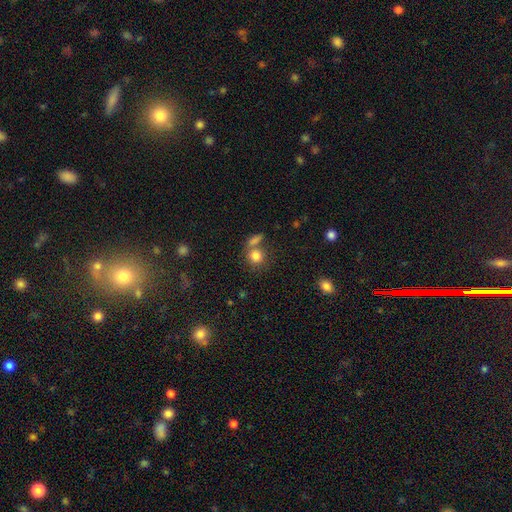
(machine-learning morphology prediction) A smooth galaxy with no disk features (82%) that is round (79%).

Vote fractions:
- Smooth or featured? smooth: 82% / star or artifact: 10% / featured or disk: 8%
- How rounded? round: 79% / in between: 19% / cigar-shaped: 1%
- Merging? none: 52% / merger: 32% / minor disturbance: 10% / major disturbance: 5%